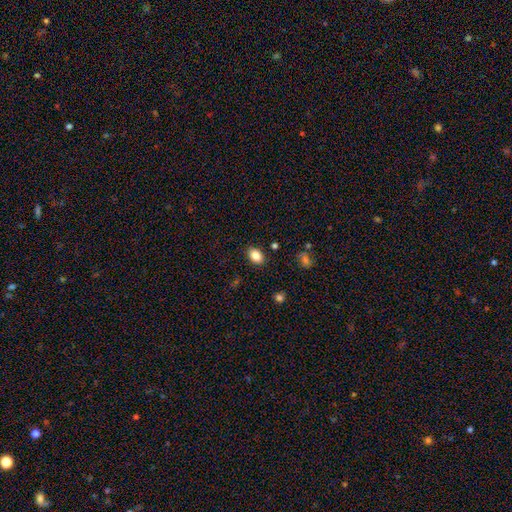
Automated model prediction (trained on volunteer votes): smooth_or_featured: smooth (p=0.85) [alt: star or artifact p=0.09]
how_rounded: in between (p=0.77) [alt: round p=0.22]
merging: none (p=0.87) [alt: minor disturbance p=0.09]